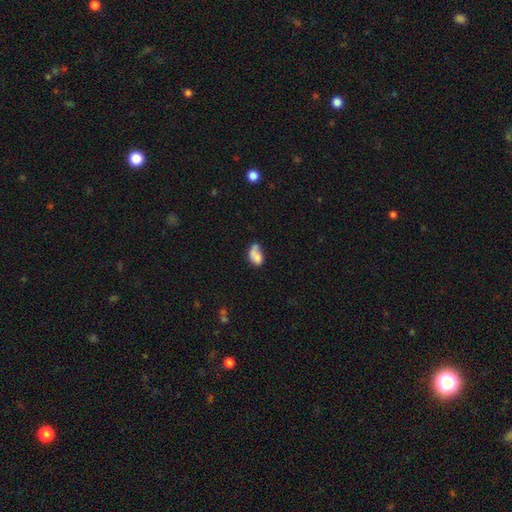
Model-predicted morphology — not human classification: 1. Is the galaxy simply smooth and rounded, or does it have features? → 67% smooth, 23% featured or disk, 9% star or artifact.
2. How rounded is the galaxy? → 86% in between, 11% round, 2% cigar-shaped.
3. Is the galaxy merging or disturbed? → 30% none, 24% minor disturbance, 24% merger, 22% major disturbance.